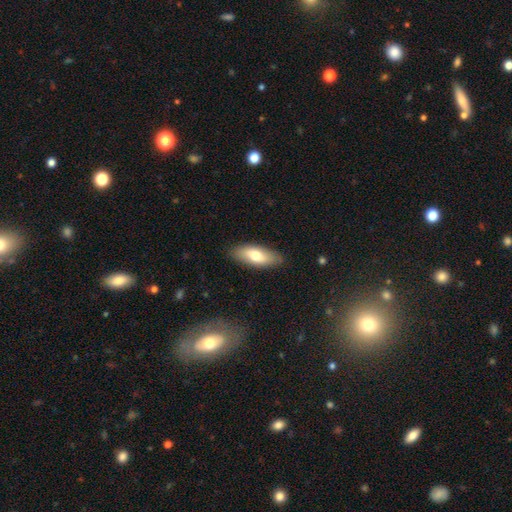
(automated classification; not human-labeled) Smooth or featured? smooth (71%)
How rounded? in between (79%)
Merging? none (86%)